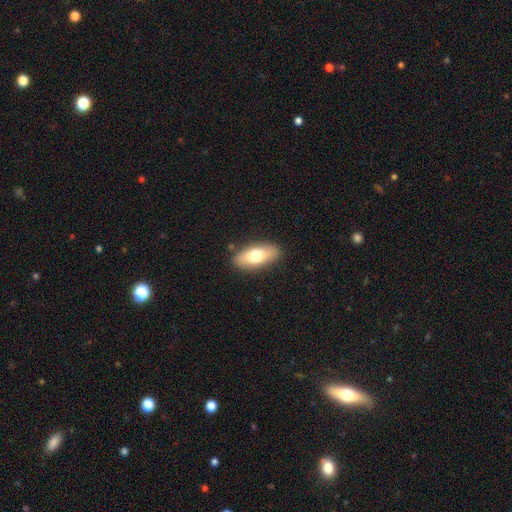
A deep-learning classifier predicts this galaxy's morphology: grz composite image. It shows a smooth galaxy with no disk features (71%) that is in between round and cigar-shaped (82%). Merging: none (87%).